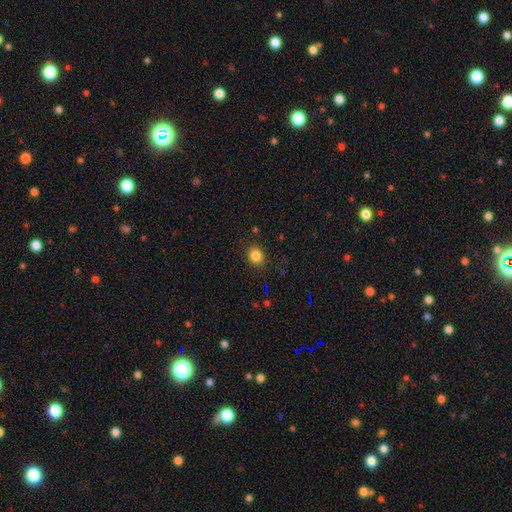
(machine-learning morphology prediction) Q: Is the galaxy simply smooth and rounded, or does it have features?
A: smooth — 84%.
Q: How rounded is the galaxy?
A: round — 71%.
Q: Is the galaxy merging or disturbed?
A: none — 89%.